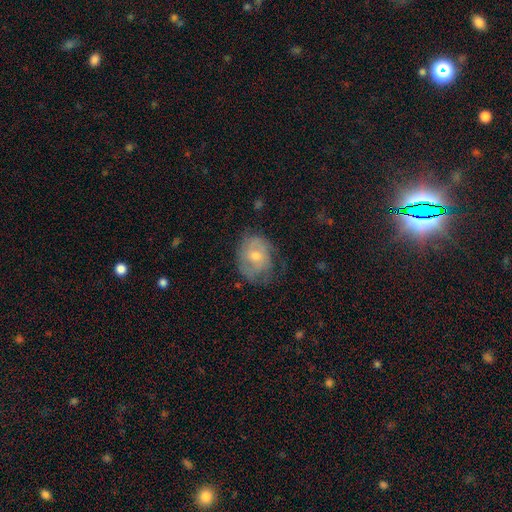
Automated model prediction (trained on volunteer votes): featured or disk 47%, smooth 46%, star or artifact 7%. Down the decision tree: merging — none (52%).